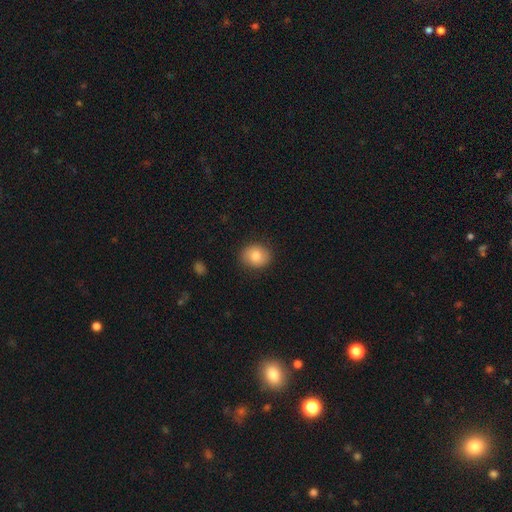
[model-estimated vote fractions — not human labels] Smooth or featured: smooth — 80% (featured or disk — 12%)
How rounded: round — 64% (in between — 35%)
Merging: none — 86% (minor disturbance — 10%)